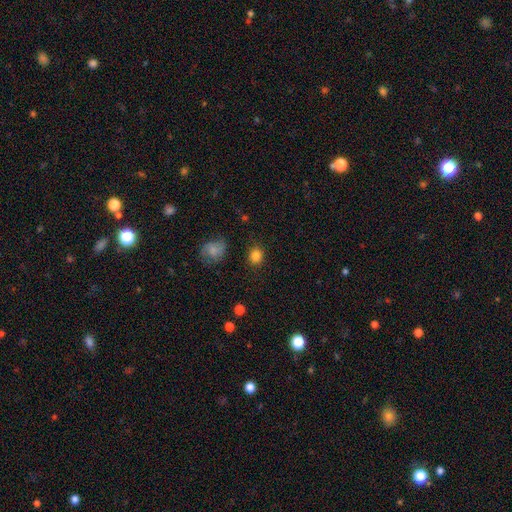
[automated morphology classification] Q: Smooth or featured?
A: smooth (85%); runner-up: star or artifact (10%)
Q: How rounded?
A: round (73%); runner-up: in between (26%)
Q: Merging?
A: none (84%); runner-up: minor disturbance (11%)